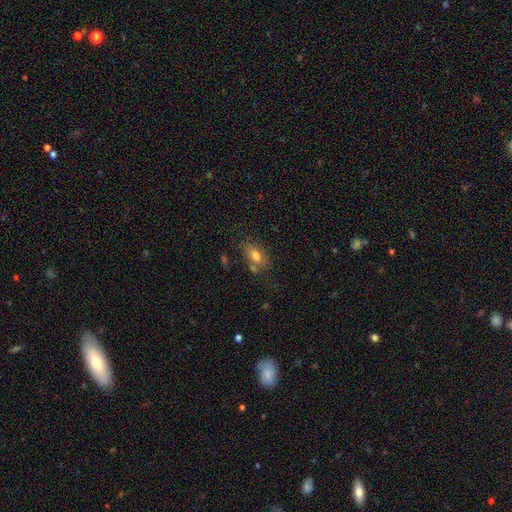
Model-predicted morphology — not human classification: This appears to be a smooth galaxy with no disk features (75%) that is in between round and cigar-shaped (84%). Merging: none (64%).